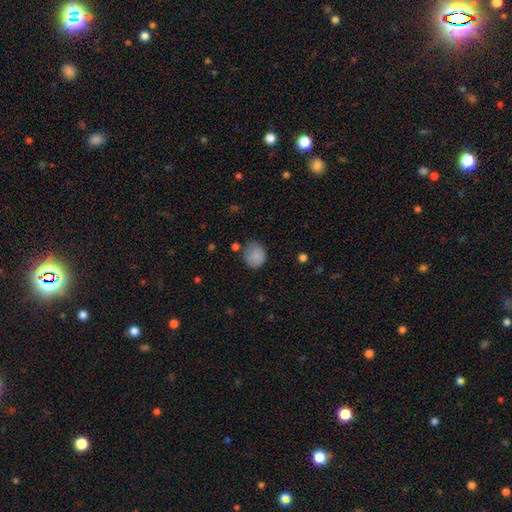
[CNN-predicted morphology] A smooth galaxy with no disk features (85%) that is round (75%).

Vote fractions:
- Smooth or featured? smooth: 85% / star or artifact: 9% / featured or disk: 6%
- How rounded? round: 75% / in between: 24% / cigar-shaped: 1%
- Merging? none: 63% / minor disturbance: 25% / major disturbance: 7% / merger: 5%